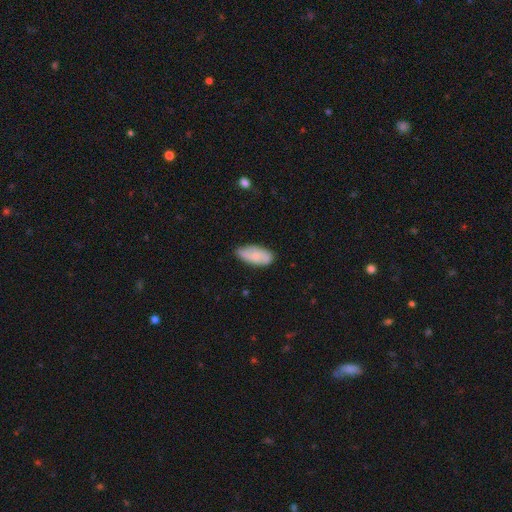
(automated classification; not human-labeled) Smooth or featured: smooth — 68% (featured or disk — 25%)
How rounded: in between — 87% (cigar-shaped — 10%)
Merging: none — 73% (minor disturbance — 22%)